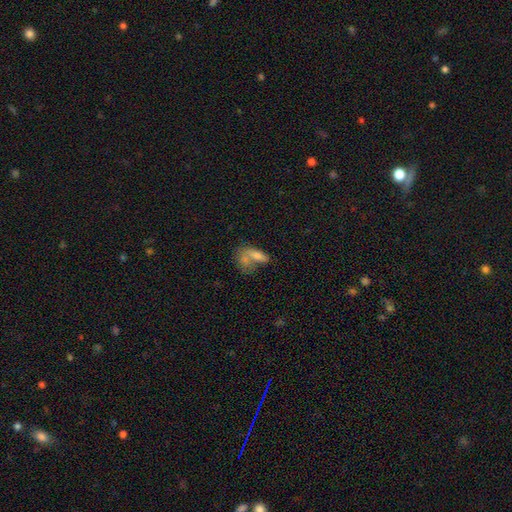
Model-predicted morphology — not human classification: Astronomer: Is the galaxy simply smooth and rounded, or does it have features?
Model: smooth — 58%.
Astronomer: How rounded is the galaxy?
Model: in between — 68%.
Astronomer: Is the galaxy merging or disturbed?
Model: merger — 40% (runner-up: none, 31%).